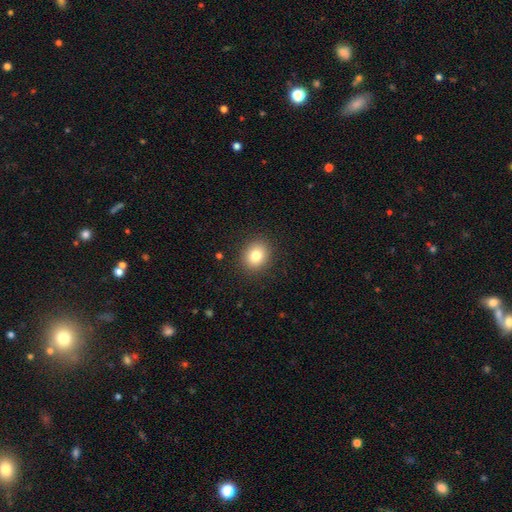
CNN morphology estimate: Smooth or featured: smooth — 81% (star or artifact — 10%)
How rounded: round — 69% (in between — 30%)
Merging: none — 89% (minor disturbance — 7%)